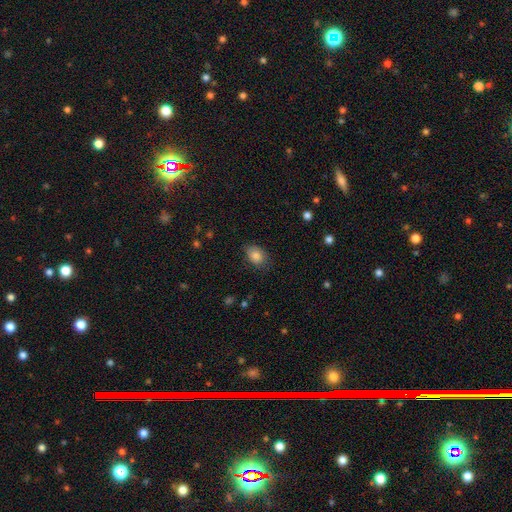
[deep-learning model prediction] Smooth or featured? smooth (84%)
How rounded? in between (72%)
Merging? none (74%)